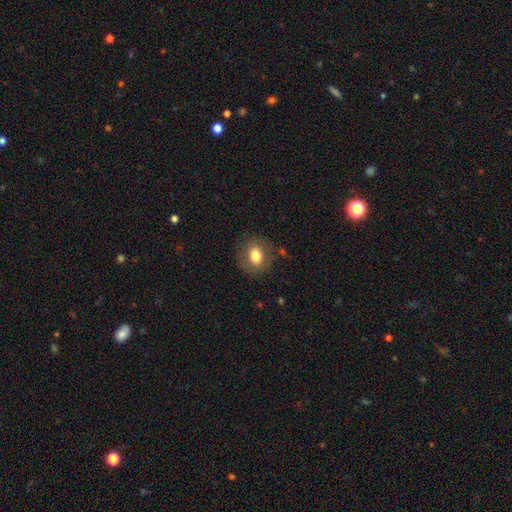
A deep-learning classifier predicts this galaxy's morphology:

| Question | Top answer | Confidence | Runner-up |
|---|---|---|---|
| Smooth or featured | smooth | 76% | featured or disk (16%) |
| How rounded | round | 56% | in between (43%) |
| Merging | none | 80% | minor disturbance (12%) |